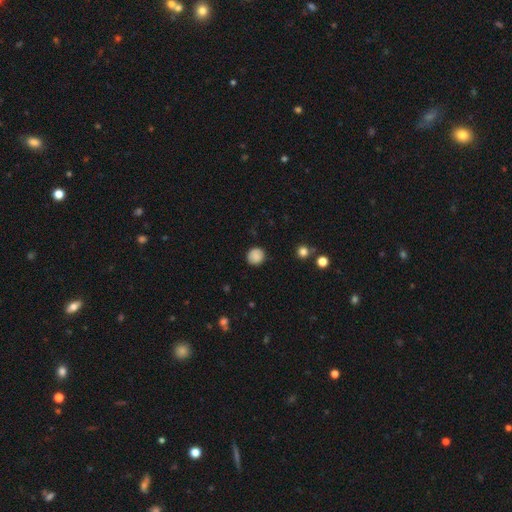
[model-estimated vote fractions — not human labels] Overall: smooth (86%). How rounded: round (89%). Merging: none (86%).